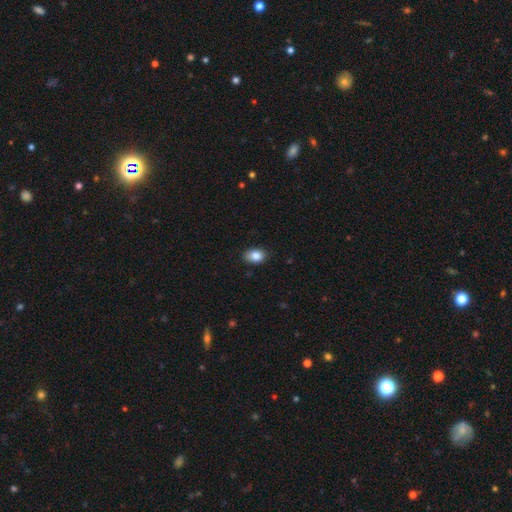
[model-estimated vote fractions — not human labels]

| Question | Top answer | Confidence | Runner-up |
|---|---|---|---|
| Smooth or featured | smooth | 85% | star or artifact (8%) |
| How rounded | in between | 79% | round (20%) |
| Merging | none | 84% | minor disturbance (13%) |